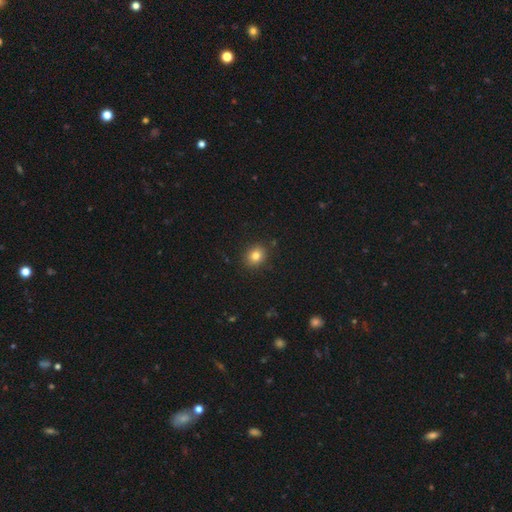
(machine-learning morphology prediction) Smooth or featured? Predicted: smooth (p=0.81). How rounded? Predicted: round (p=0.65). Merging? Predicted: none (p=0.89).